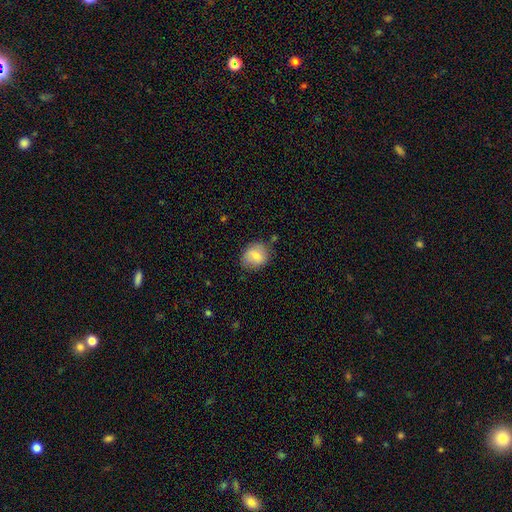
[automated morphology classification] Smooth or featured? Predicted: smooth (p=0.74). How rounded? Predicted: round (p=0.64). Merging? Predicted: none (p=0.74).